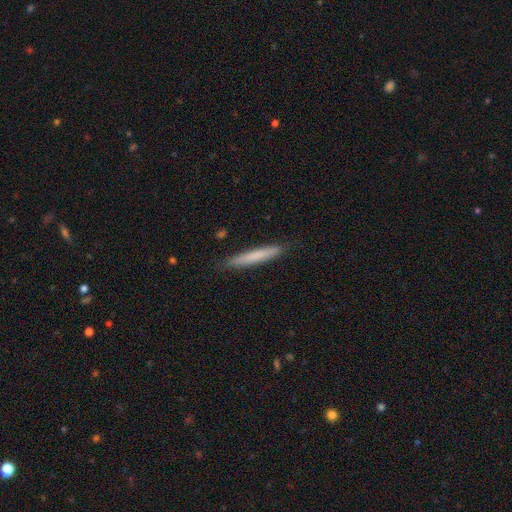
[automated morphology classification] Smooth or featured?
  - smooth: 73% *
  - featured or disk: 22%
  - star or artifact: 6%
How rounded?
  - cigar-shaped: 96% *
  - in between: 3%
  - round: 1%
Merging?
  - none: 89% *
  - minor disturbance: 9%
  - major disturbance: 2%
  - merger: 1%